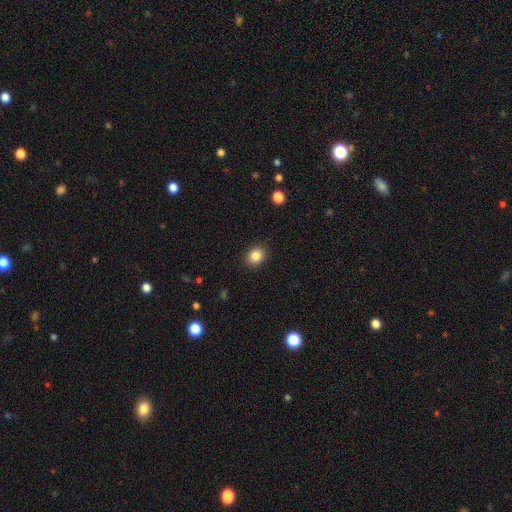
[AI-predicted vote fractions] smooth_or_featured: smooth (p=0.85) [alt: star or artifact p=0.10]
how_rounded: round (p=0.61) [alt: in between p=0.38]
merging: none (p=0.88) [alt: minor disturbance p=0.08]